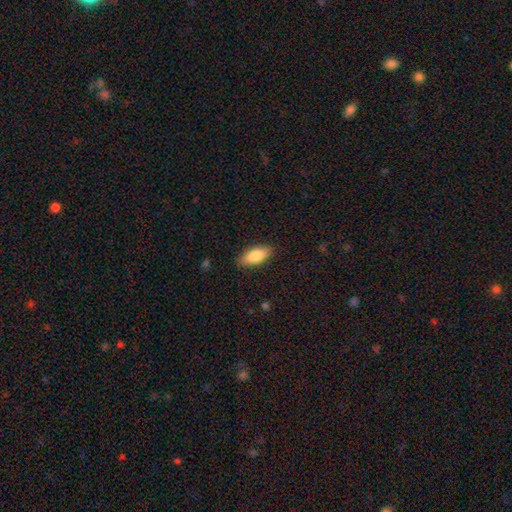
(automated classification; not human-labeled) smooth 82%, featured or disk 12%, star or artifact 6%. Down the decision tree: how rounded — in between (80%); merging — none (86%).